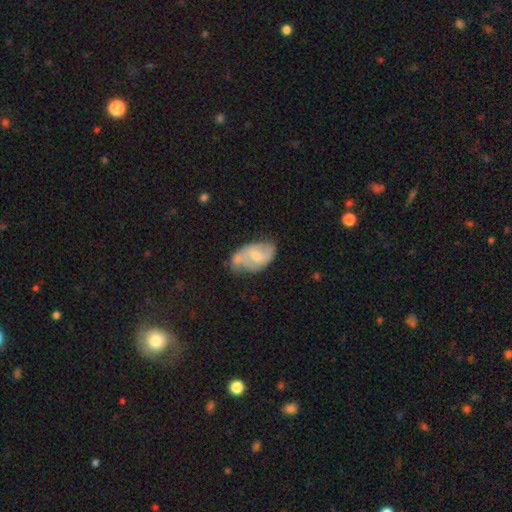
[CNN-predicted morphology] Smooth or featured: featured or disk — 58% (smooth — 36%)
Edge-on disk: no — 96% (yes — 4%)
Bar: weak — 52% (no — 35%)
Spiral arms: yes — 76% (no — 24%)
Bulge size: small — 49% (moderate — 41%)
Merging: none — 41% (minor disturbance — 32%)